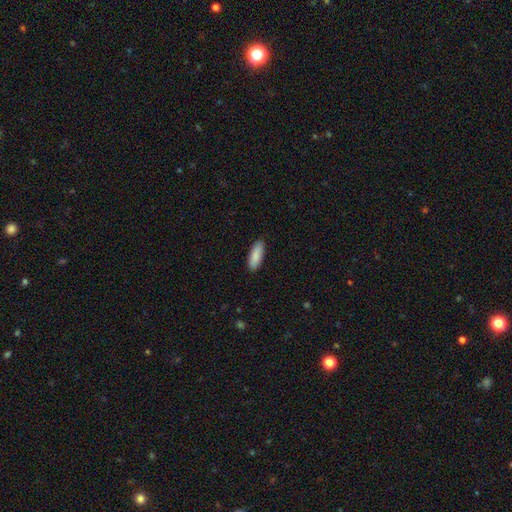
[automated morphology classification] Smooth or featured: smooth — 88% (featured or disk — 7%)
How rounded: in between — 67% (cigar-shaped — 31%)
Merging: none — 89% (minor disturbance — 8%)